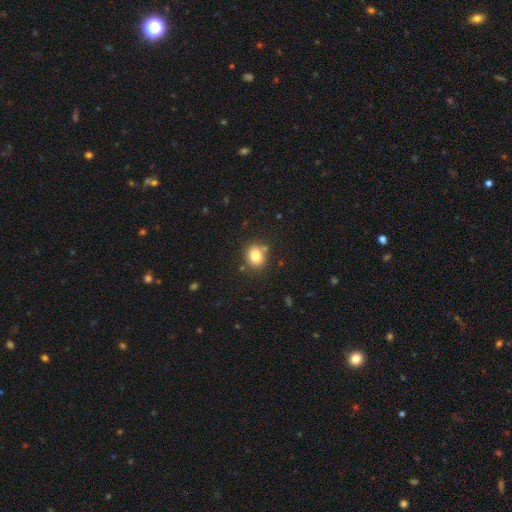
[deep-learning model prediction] The model was most divided on "how rounded": round: 57%, in between: 42%, cigar-shaped: 1%. More confident: smooth or featured — smooth (83%); merging — none (78%).